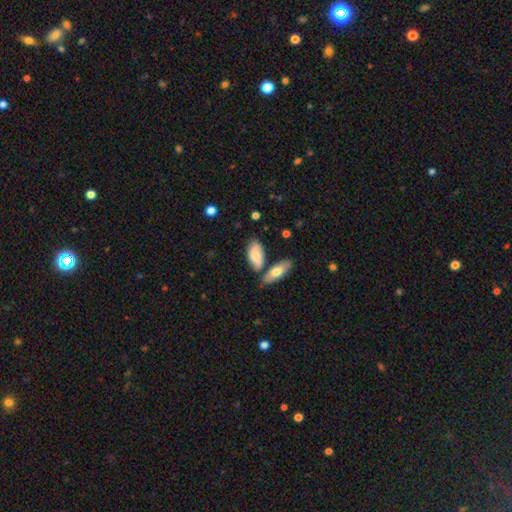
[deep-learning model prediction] smooth 79%, featured or disk 15%, star or artifact 5%. Down the decision tree: how rounded — in between (89%); merging — none (59%).